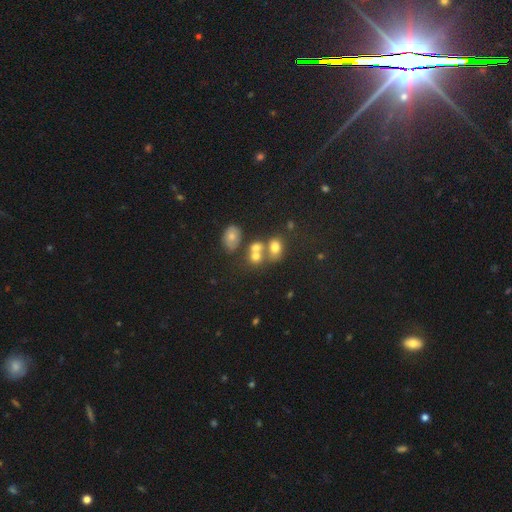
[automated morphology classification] smooth_or_featured: smooth (p=0.65) [alt: featured or disk p=0.18]
how_rounded: round (p=0.56) [alt: in between p=0.43]
merging: merger (p=0.48) [alt: none p=0.34]